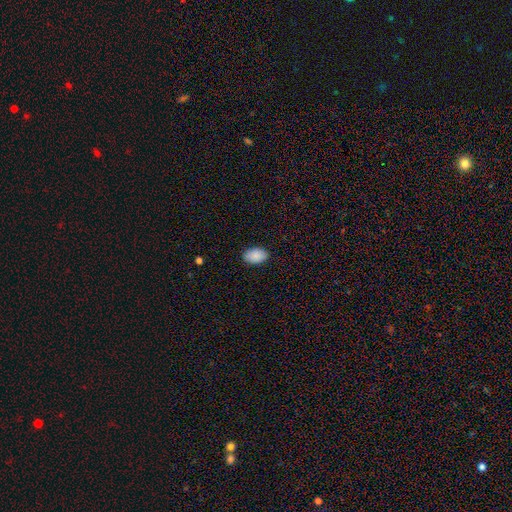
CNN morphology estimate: This is clearly a smooth galaxy (90%). How rounded: clearly in between (91%). Merging: clearly none (89%).